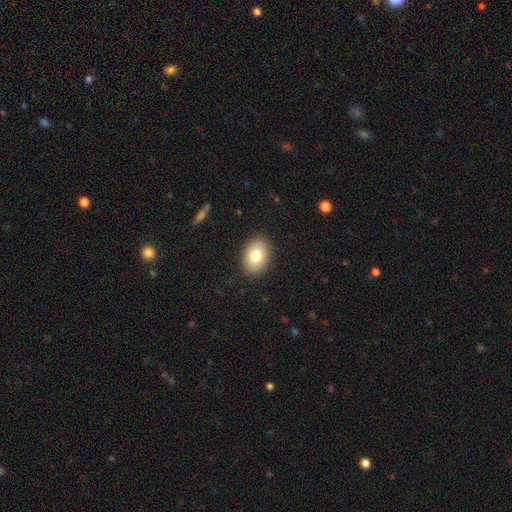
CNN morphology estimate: smooth 78%, featured or disk 14%, star or artifact 8%. Down the decision tree: how rounded — in between (76%); merging — none (88%).